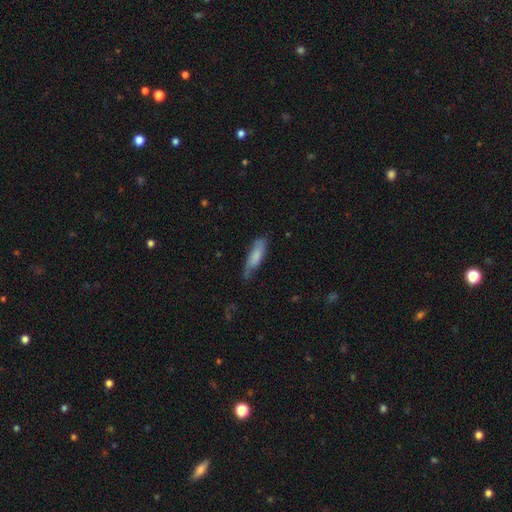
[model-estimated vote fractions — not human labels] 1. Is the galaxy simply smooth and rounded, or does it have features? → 74% smooth, 20% featured or disk, 6% star or artifact.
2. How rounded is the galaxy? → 57% cigar-shaped, 41% in between, 2% round.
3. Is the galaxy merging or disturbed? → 57% none, 33% minor disturbance, 9% major disturbance, 2% merger.